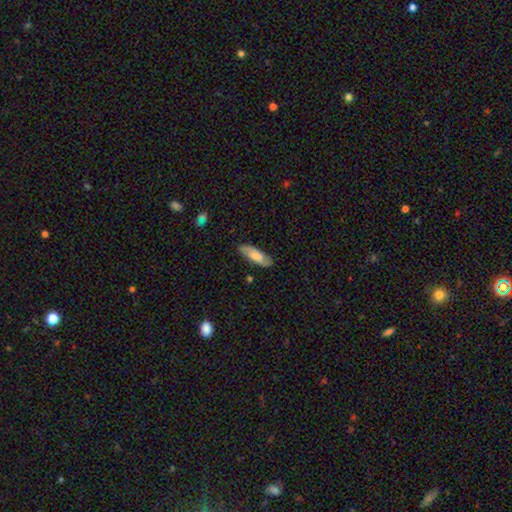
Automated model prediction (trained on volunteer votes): A smooth galaxy with no disk features (56%) that is in between round and cigar-shaped (63%). Merging: none (82%).